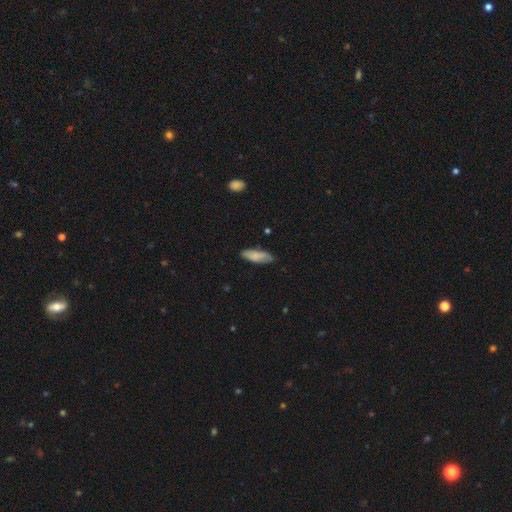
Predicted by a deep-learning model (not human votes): Smooth or featured?
  - smooth: 79% *
  - featured or disk: 15%
  - star or artifact: 6%
How rounded?
  - in between: 63% *
  - cigar-shaped: 35%
  - round: 2%
Merging?
  - none: 77% *
  - minor disturbance: 18%
  - major disturbance: 3%
  - merger: 2%